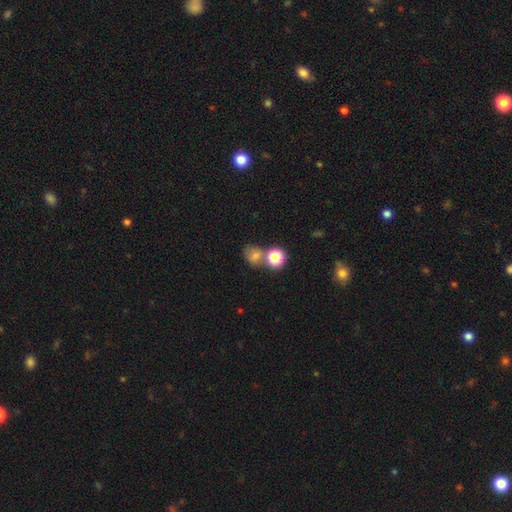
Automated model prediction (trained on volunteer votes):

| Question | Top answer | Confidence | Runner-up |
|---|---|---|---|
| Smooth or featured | smooth | 62% | star or artifact (24%) |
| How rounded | round | 68% | in between (31%) |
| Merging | none | 51% | merger (30%) |